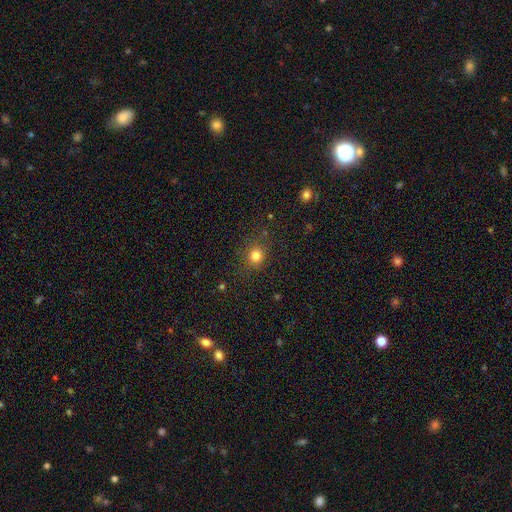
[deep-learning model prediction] Smooth or featured? smooth (80%)
How rounded? round (88%)
Merging? none (86%)